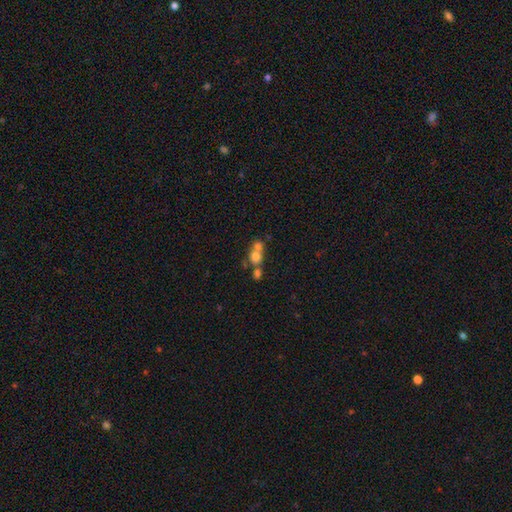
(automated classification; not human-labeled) A smooth galaxy with no disk features (68%) that is round (75%).

Vote fractions:
- Smooth or featured? smooth: 68% / featured or disk: 19% / star or artifact: 14%
- How rounded? round: 75% / in between: 23% / cigar-shaped: 2%
- Merging? merger: 59% / none: 31% / minor disturbance: 6% / major disturbance: 4%